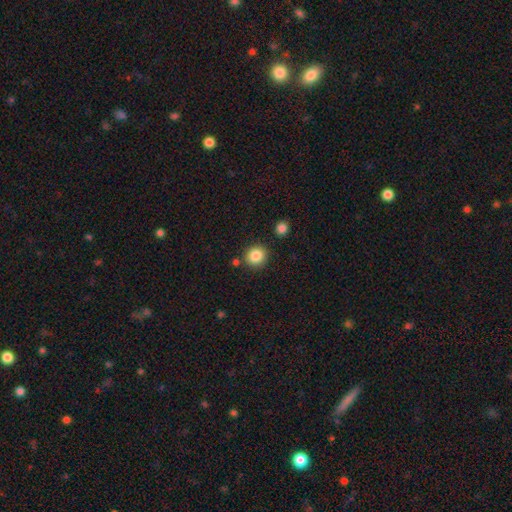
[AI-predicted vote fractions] The model was most divided on "how rounded": round: 84%, in between: 15%, cigar-shaped: 1%. More confident: smooth or featured — smooth (86%); merging — none (84%).